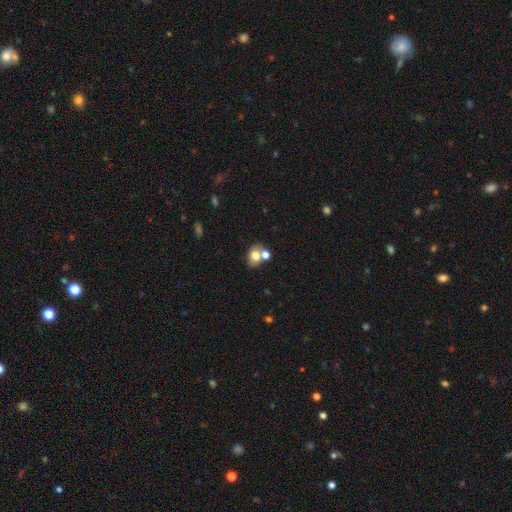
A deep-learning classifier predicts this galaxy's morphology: Overall: smooth (72%). How rounded: in between (58%; round 41%). Merging: none (46%; merger 39%).